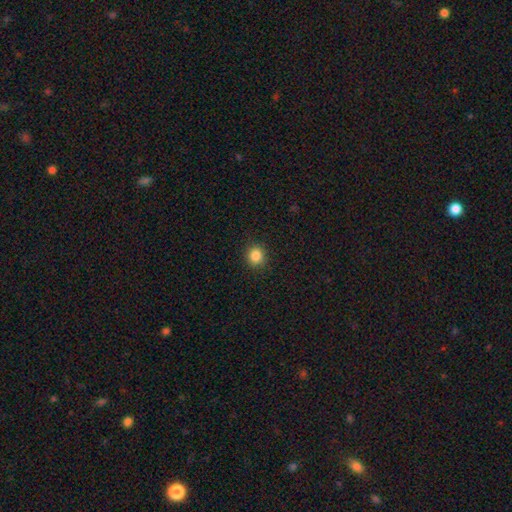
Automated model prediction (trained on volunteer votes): This is clearly a smooth galaxy (86%). How rounded: clearly round (81%). Merging: clearly none (90%).